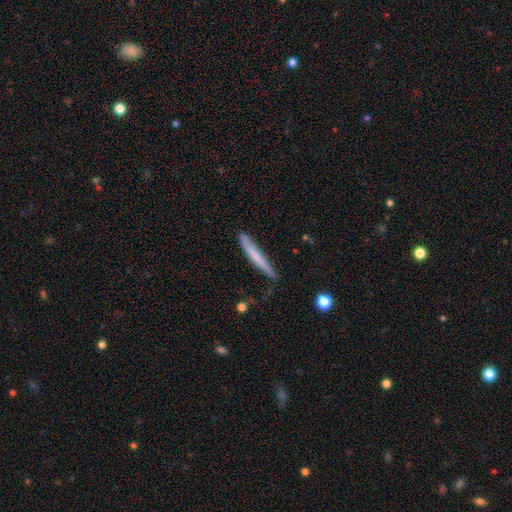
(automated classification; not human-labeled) The model was most divided on "smooth or featured": smooth: 60%, featured or disk: 34%, star or artifact: 6%. More confident: how rounded — cigar-shaped (96%); merging — none (74%).